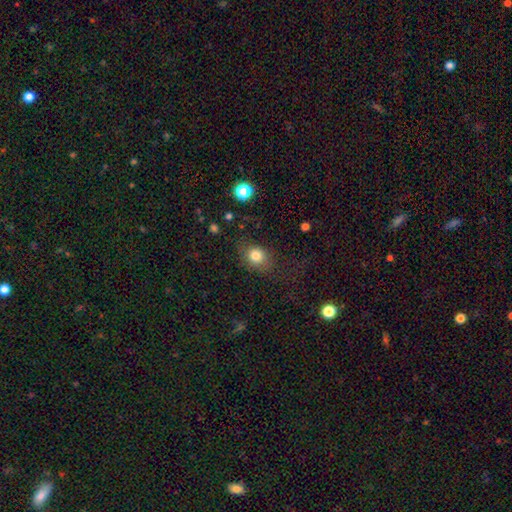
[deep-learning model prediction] smooth_or_featured: smooth (p=0.81) [alt: star or artifact p=0.11]
how_rounded: round (p=0.54) [alt: in between p=0.45]
merging: none (p=0.69) [alt: minor disturbance p=0.19]